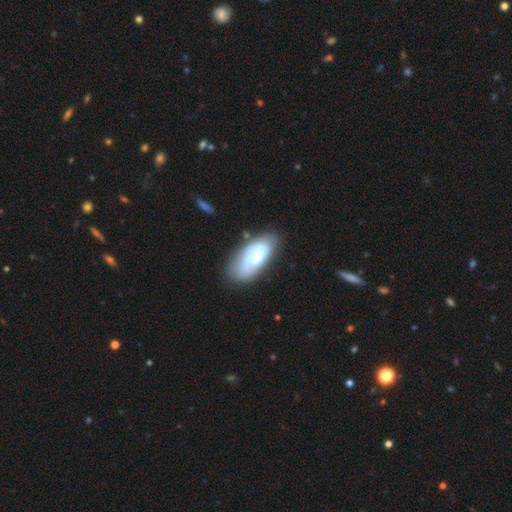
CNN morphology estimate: type=smooth (50%); roundness=in between (89%); merging=none (57%).